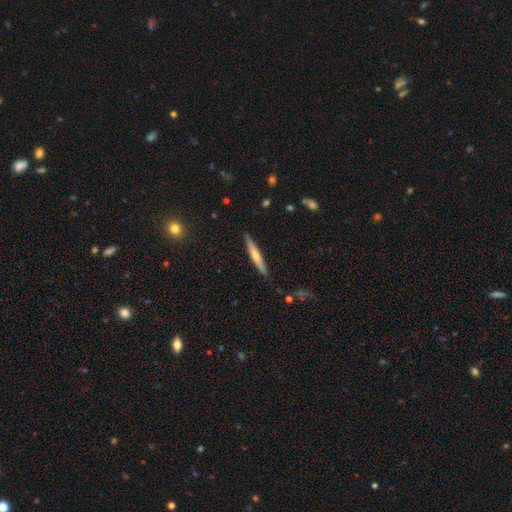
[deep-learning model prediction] A smooth galaxy with no disk features (48%).

Vote fractions:
- Smooth or featured? smooth: 48% / featured or disk: 46% / star or artifact: 6%
- Merging? none: 89% / minor disturbance: 9% / major disturbance: 2% / merger: 1%